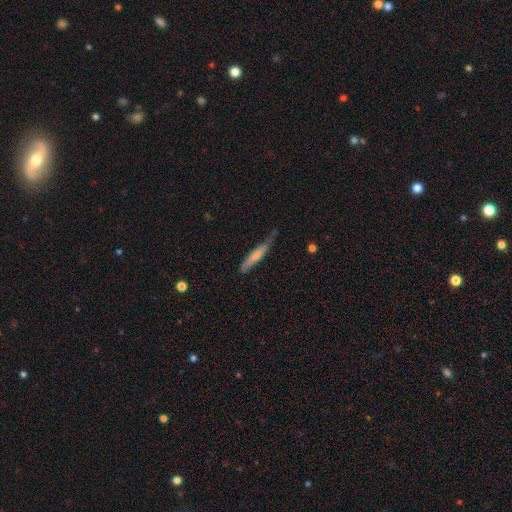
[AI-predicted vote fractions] smooth 61%, featured or disk 34%, star or artifact 5%. Down the decision tree: how rounded — cigar-shaped (91%); merging — none (54%).